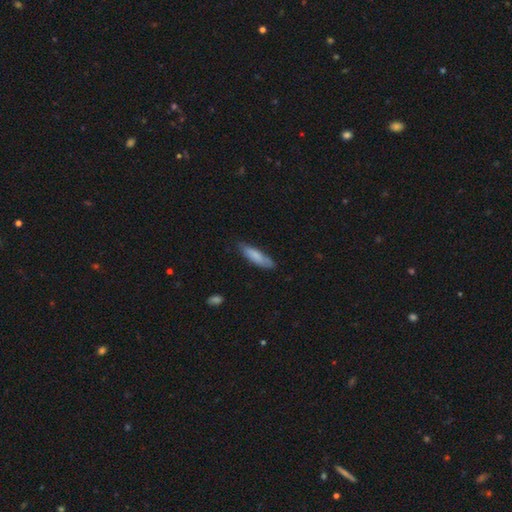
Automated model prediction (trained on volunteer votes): Q: Smooth or featured?
A: smooth (81%); runner-up: featured or disk (13%)
Q: How rounded?
A: cigar-shaped (70%); runner-up: in between (29%)
Q: Merging?
A: none (76%); runner-up: minor disturbance (19%)